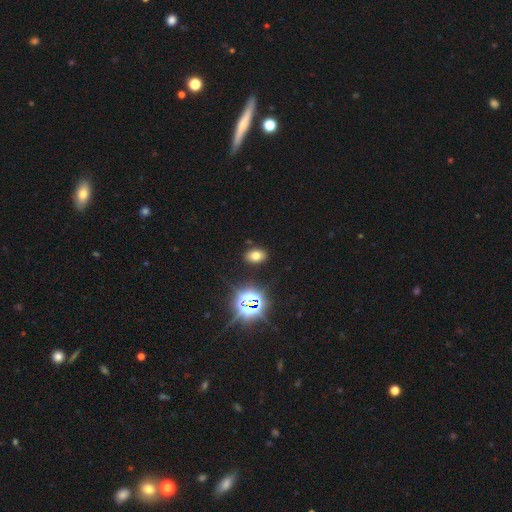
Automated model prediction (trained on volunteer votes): A smooth galaxy with no disk features (65%) that is in between round and cigar-shaped (81%). Merging: none (88%).